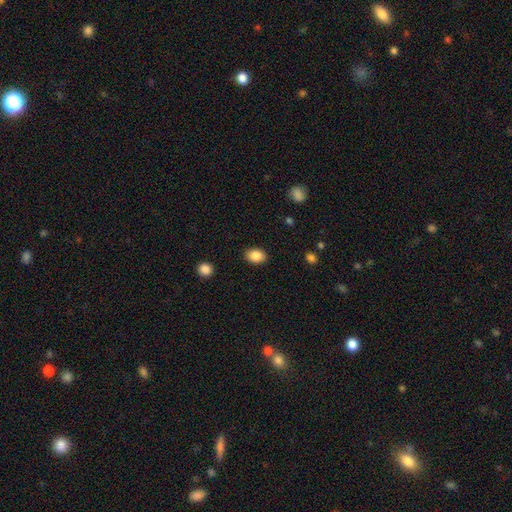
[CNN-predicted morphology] This appears to be a smooth galaxy with no disk features (87%) that is in between round and cigar-shaped (72%). Merging: none (88%).